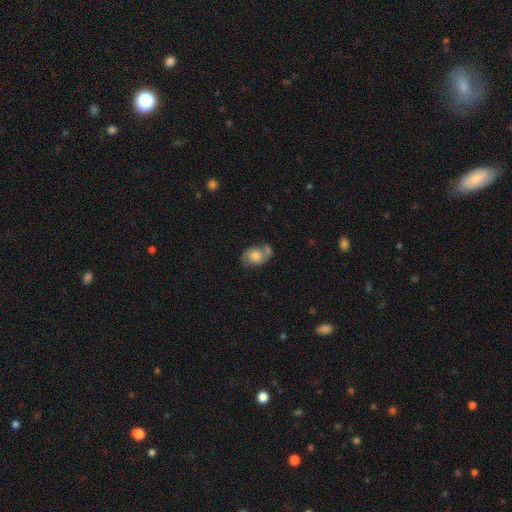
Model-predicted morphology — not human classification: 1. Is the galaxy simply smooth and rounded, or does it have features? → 46% featured or disk, 45% smooth, 9% star or artifact.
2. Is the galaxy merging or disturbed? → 43% none, 22% merger, 22% minor disturbance, 13% major disturbance.